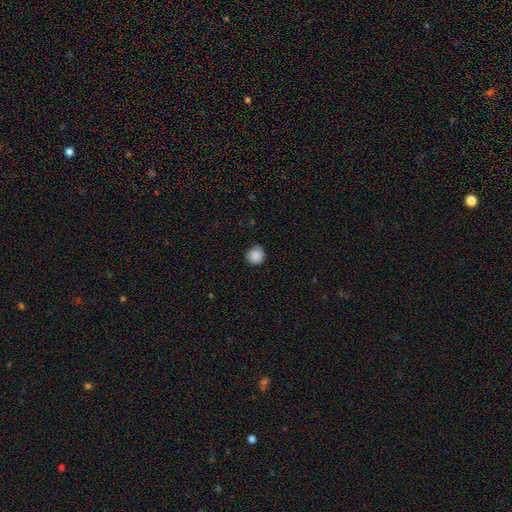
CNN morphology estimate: Smooth or featured: smooth — 88% (star or artifact — 9%)
How rounded: round — 91% (in between — 8%)
Merging: none — 80% (minor disturbance — 16%)